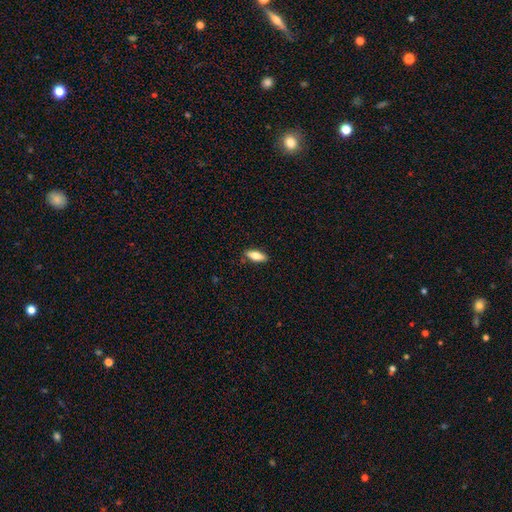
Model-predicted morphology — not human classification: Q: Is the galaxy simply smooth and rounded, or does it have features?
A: smooth — 74%.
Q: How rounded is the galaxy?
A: in between — 69%.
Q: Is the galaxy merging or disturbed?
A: none — 87%.